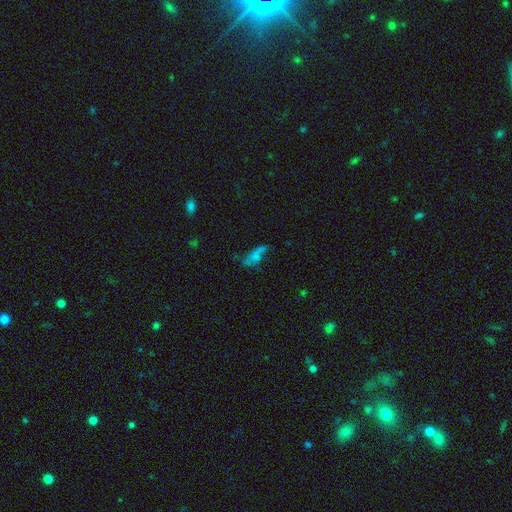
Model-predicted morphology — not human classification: This is possibly a smooth galaxy (54%). How rounded: likely in between (72%). Merging: marginally none (35%).